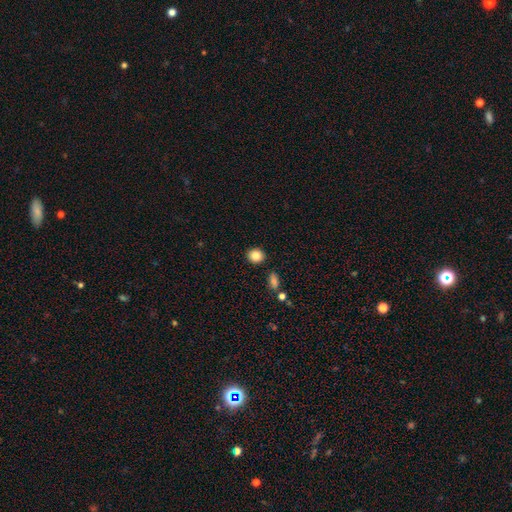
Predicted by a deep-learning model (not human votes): The model was most divided on "how rounded": round: 75%, in between: 24%, cigar-shaped: 1%. More confident: merging — none (89%); smooth or featured — smooth (84%).